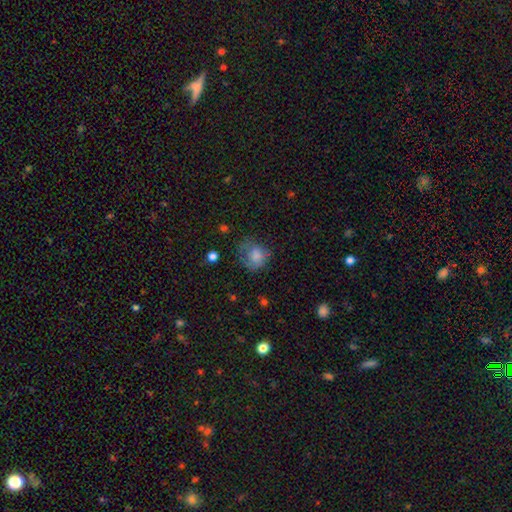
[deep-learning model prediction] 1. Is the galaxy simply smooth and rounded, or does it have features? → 74% smooth, 15% featured or disk, 11% star or artifact.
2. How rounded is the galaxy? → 63% round, 36% in between, 1% cigar-shaped.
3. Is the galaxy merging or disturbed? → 43% none, 29% minor disturbance, 26% major disturbance, 2% merger.